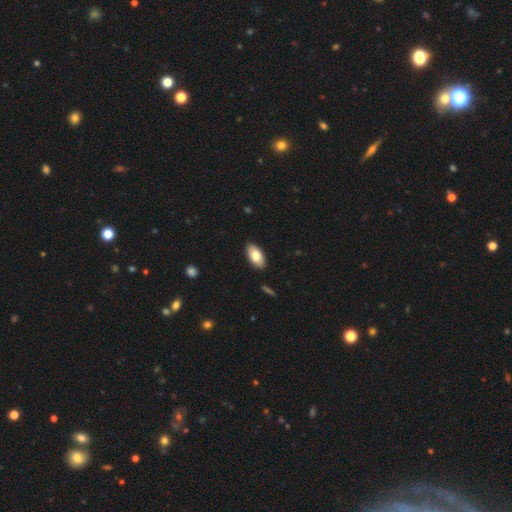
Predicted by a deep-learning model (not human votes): smooth-or-featured: smooth: 79% | featured or disk: 15% | star or artifact: 6%
  how-rounded: in between: 94% | cigar-shaped: 3% | round: 3%
  merging: none: 89% | minor disturbance: 8% | major disturbance: 2% | merger: 1%